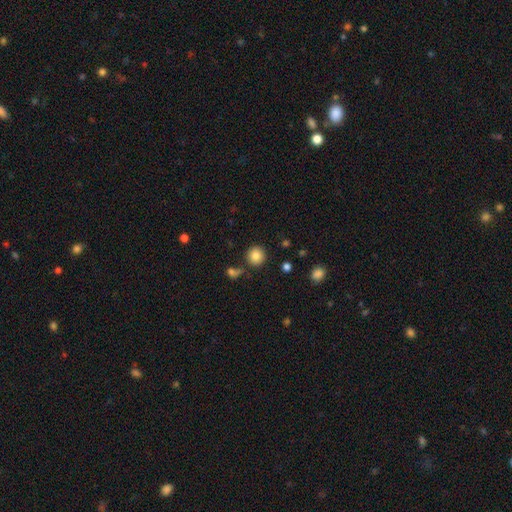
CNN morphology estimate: This is clearly a smooth galaxy (84%). How rounded: clearly round (92%). Merging: clearly none (84%).